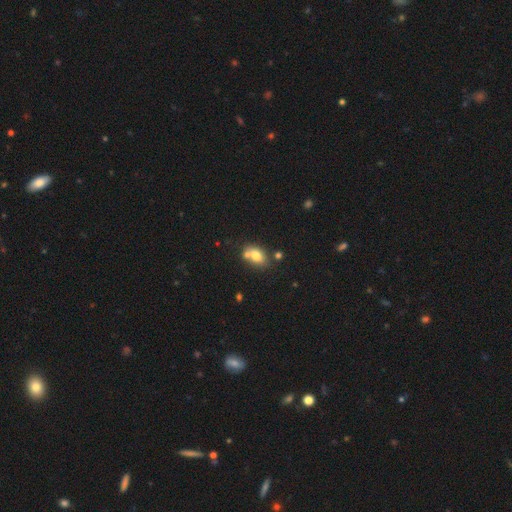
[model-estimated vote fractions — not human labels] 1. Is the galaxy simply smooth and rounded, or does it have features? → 73% smooth, 17% featured or disk, 10% star or artifact.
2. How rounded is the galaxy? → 76% in between, 22% round, 2% cigar-shaped.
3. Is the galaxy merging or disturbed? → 48% none, 34% merger, 14% minor disturbance, 4% major disturbance.